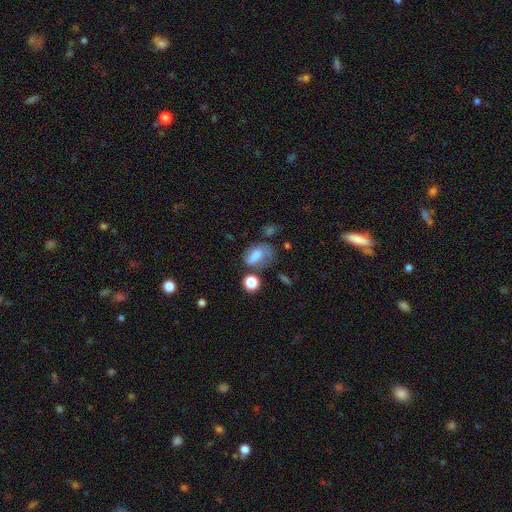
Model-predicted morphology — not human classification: Overall: smooth (64%). How rounded: in between (76%). Merging: none (39%; minor disturbance 27%).